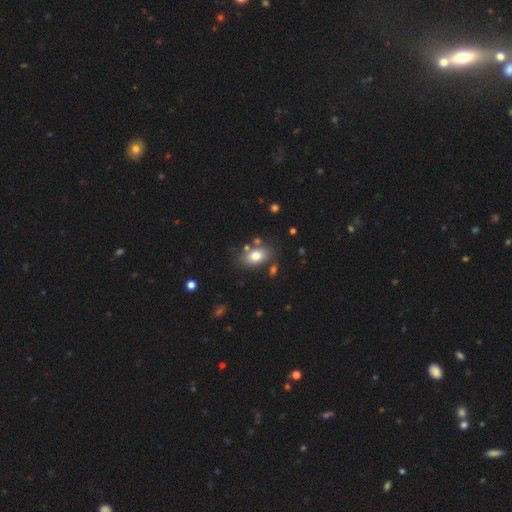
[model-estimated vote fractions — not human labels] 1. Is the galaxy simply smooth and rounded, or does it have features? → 78% smooth, 13% featured or disk, 9% star or artifact.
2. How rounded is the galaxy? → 86% in between, 13% round, 2% cigar-shaped.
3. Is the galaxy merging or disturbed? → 75% none, 13% minor disturbance, 8% merger, 4% major disturbance.